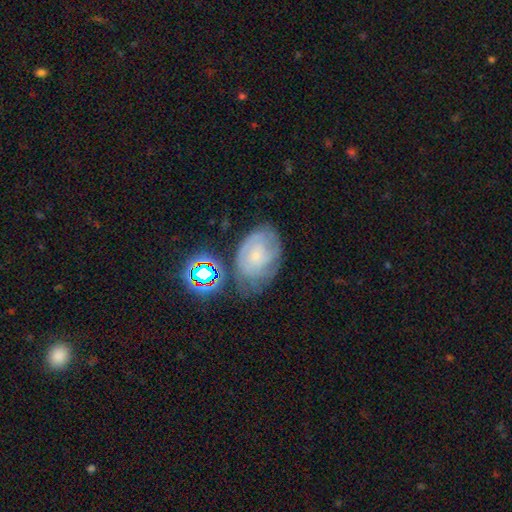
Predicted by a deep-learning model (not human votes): A featured or disk galaxy (56%) with no bar (74%), spiral arms (81%) and a small central bulge (74%).

Vote fractions:
- Smooth or featured? featured or disk: 56% / smooth: 29% / star or artifact: 14%
- Edge-on disk? no: 96% / yes: 4%
- Bar? no: 74% / weak: 22% / strong: 4%
- Spiral arms? yes: 81% / no: 19%
- Bulge size? small: 74% / moderate: 15% / none: 8% / large: 2% / dominant: 1%
- Merging? none: 55% / minor disturbance: 26% / major disturbance: 12% / merger: 7%